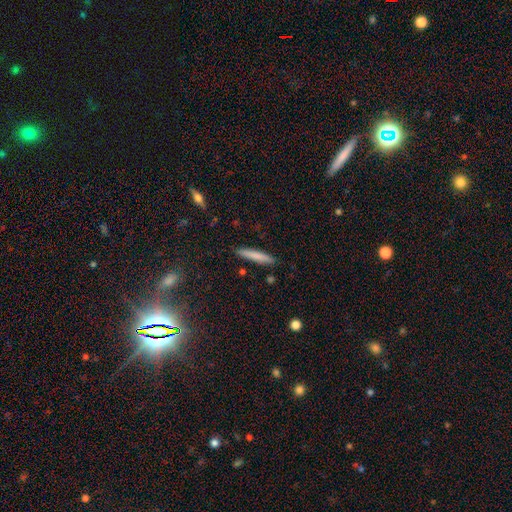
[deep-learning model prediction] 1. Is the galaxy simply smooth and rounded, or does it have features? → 78% smooth, 16% featured or disk, 6% star or artifact.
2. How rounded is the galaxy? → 92% cigar-shaped, 6% in between, 1% round.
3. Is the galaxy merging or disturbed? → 89% none, 8% minor disturbance, 2% major disturbance, 2% merger.